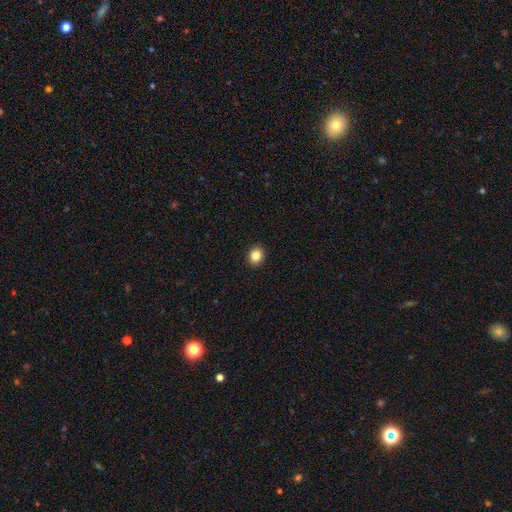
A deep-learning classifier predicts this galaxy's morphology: Smooth or featured?
  - smooth: 85% *
  - star or artifact: 10%
  - featured or disk: 5%
How rounded?
  - round: 72% *
  - in between: 27%
  - cigar-shaped: 1%
Merging?
  - none: 92% *
  - minor disturbance: 5%
  - major disturbance: 2%
  - merger: 1%